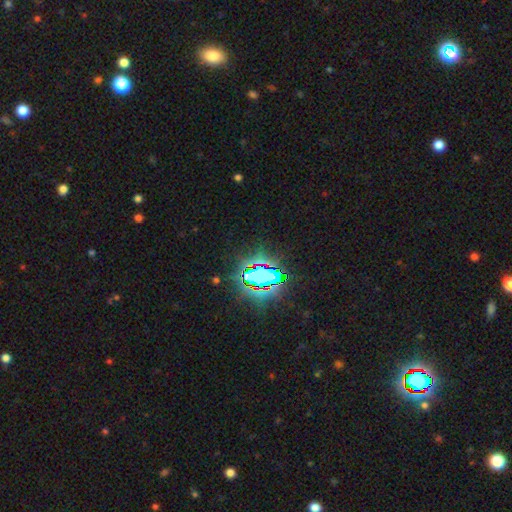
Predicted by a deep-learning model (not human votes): This is clearly a star or artifact rather than a galaxy (83%).